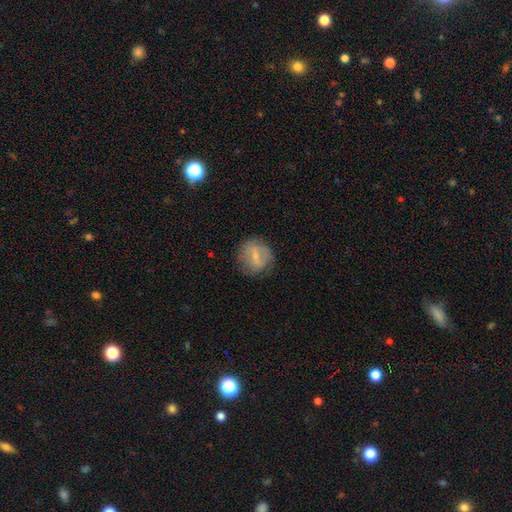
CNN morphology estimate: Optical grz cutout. It shows a smooth galaxy with no disk features (53%) that is round (79%). Merging: none (72%).